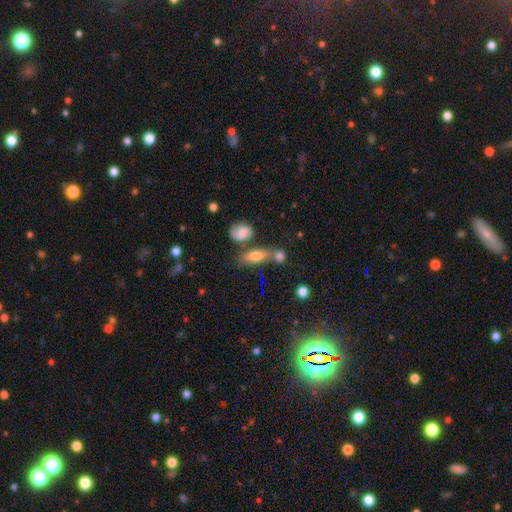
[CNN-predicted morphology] The model was most divided on "how rounded": in between: 63%, cigar-shaped: 30%, round: 8%. More confident: smooth or featured — smooth (68%); merging — none (57%).